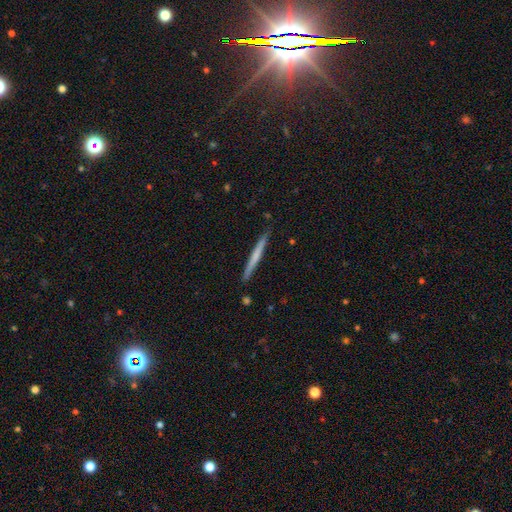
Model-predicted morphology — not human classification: This is possibly a smooth galaxy (53%). How rounded: clearly cigar-shaped (97%). Merging: clearly none (89%).